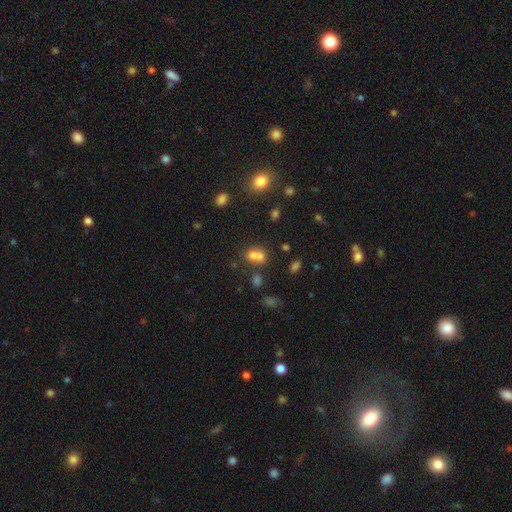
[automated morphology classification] Smooth or featured?
  - smooth: 67% *
  - star or artifact: 17%
  - featured or disk: 17%
How rounded?
  - round: 57% *
  - in between: 41%
  - cigar-shaped: 2%
Merging?
  - merger: 62% *
  - none: 27%
  - minor disturbance: 7%
  - major disturbance: 4%